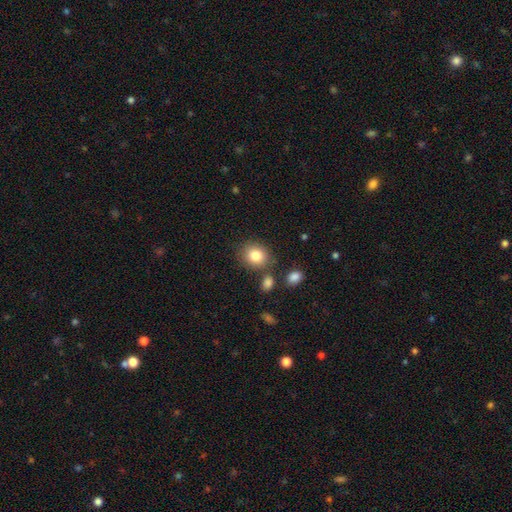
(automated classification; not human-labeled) Q: Smooth or featured?
A: smooth (83%); runner-up: star or artifact (10%)
Q: How rounded?
A: round (71%); runner-up: in between (28%)
Q: Merging?
A: none (76%); runner-up: minor disturbance (11%)